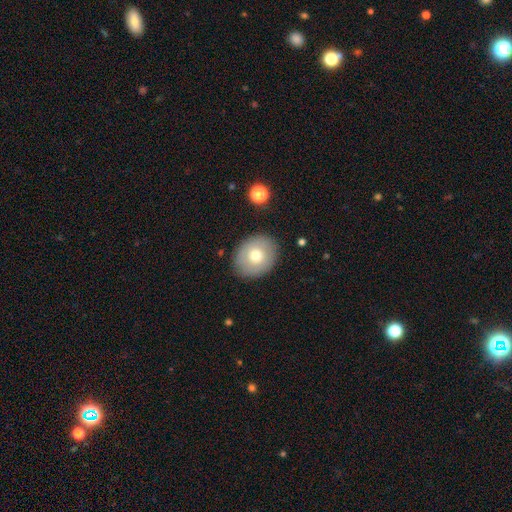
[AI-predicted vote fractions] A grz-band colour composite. It shows a smooth galaxy with no disk features (68%) that is round (55%). Merging: none (86%).